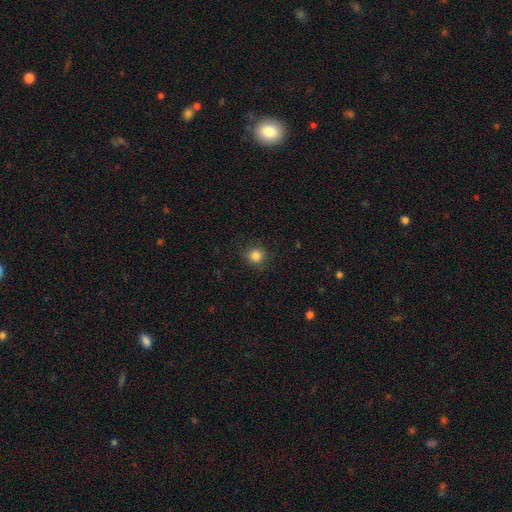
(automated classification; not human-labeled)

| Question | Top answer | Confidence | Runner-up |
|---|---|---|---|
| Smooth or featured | smooth | 84% | star or artifact (11%) |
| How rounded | round | 90% | in between (9%) |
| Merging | none | 86% | minor disturbance (10%) |